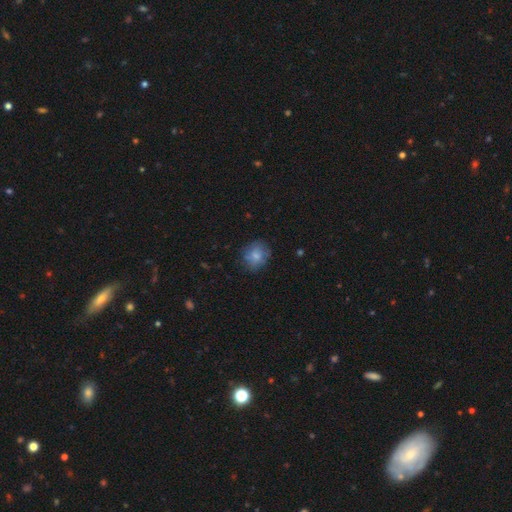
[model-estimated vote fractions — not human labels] This appears to be a smooth galaxy with no disk features (77%) that is round (70%). Merging: none (75%).